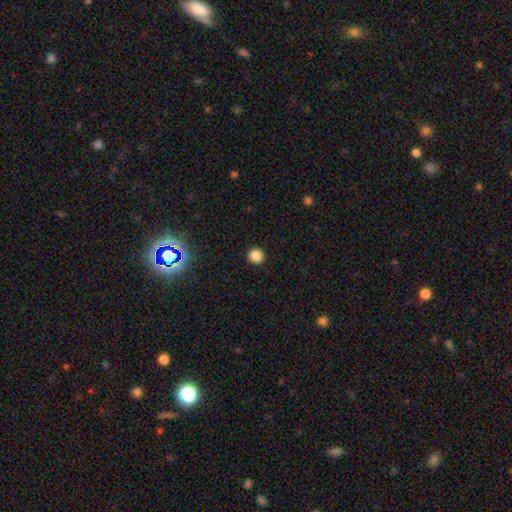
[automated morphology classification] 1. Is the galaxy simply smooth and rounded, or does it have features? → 84% smooth, 13% star or artifact, 3% featured or disk.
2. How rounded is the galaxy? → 96% round, 3% in between, 1% cigar-shaped.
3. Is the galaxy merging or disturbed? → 94% none, 4% minor disturbance, 2% major disturbance, 1% merger.